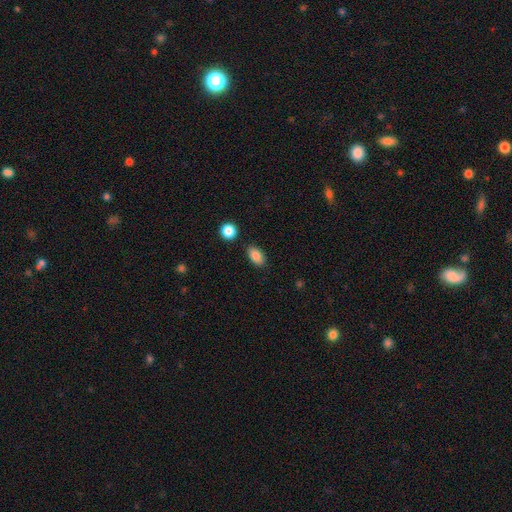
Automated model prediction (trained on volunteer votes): smooth_or_featured: smooth (p=0.86) [alt: star or artifact p=0.08]
how_rounded: in between (p=0.90) [alt: round p=0.08]
merging: none (p=0.85) [alt: minor disturbance p=0.10]